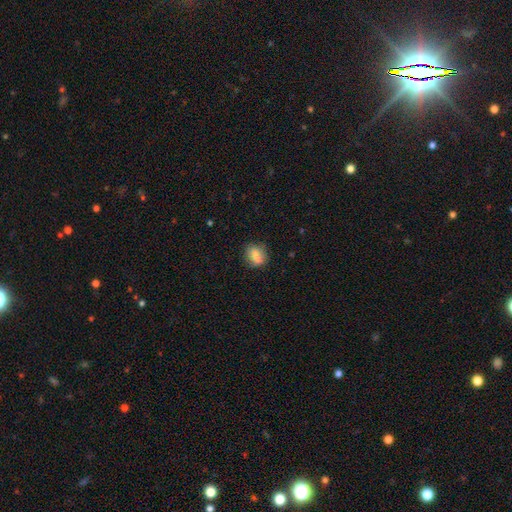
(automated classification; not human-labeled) Morphology: type=smooth (83%); roundness=round (55%); merging=none (79%).